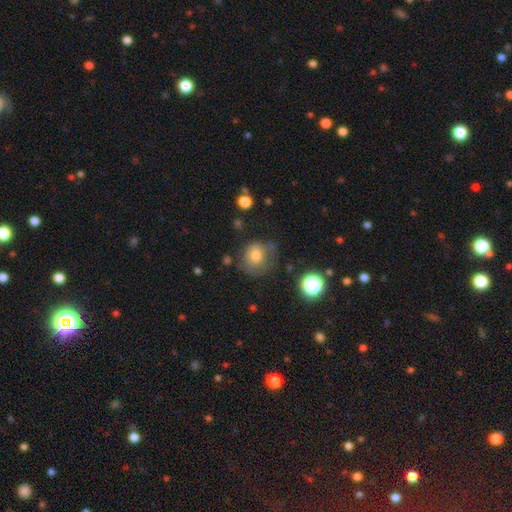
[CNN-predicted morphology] Q: Smooth or featured?
A: smooth (71%); runner-up: featured or disk (17%)
Q: How rounded?
A: round (82%); runner-up: in between (17%)
Q: Merging?
A: none (57%); runner-up: minor disturbance (25%)